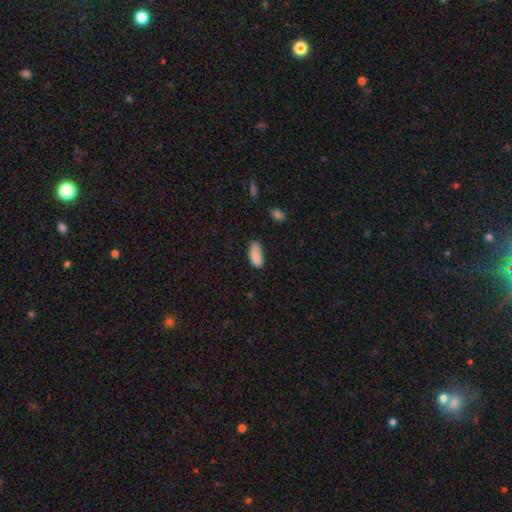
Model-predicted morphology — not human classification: This is clearly a smooth galaxy (85%). How rounded: clearly in between (88%). Merging: possibly none (59%).